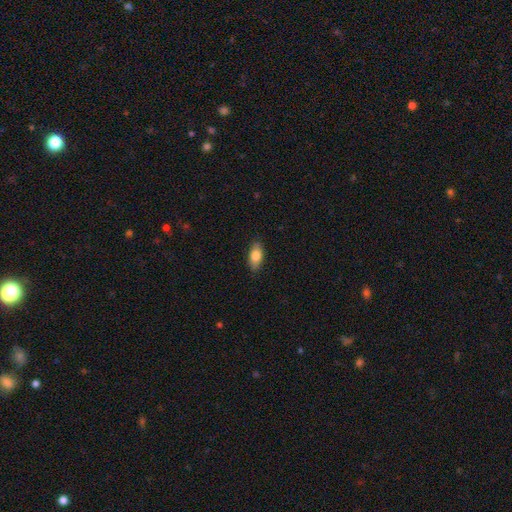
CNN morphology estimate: Q: Smooth or featured?
A: smooth (81%); runner-up: featured or disk (13%)
Q: How rounded?
A: in between (88%); runner-up: cigar-shaped (8%)
Q: Merging?
A: none (87%); runner-up: minor disturbance (10%)